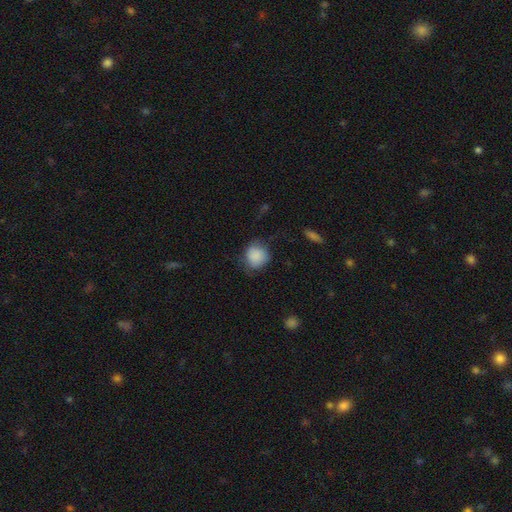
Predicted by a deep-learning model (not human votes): Smooth or featured? Predicted: smooth (p=0.87). How rounded? Predicted: round (p=0.81). Merging? Predicted: none (p=0.66).